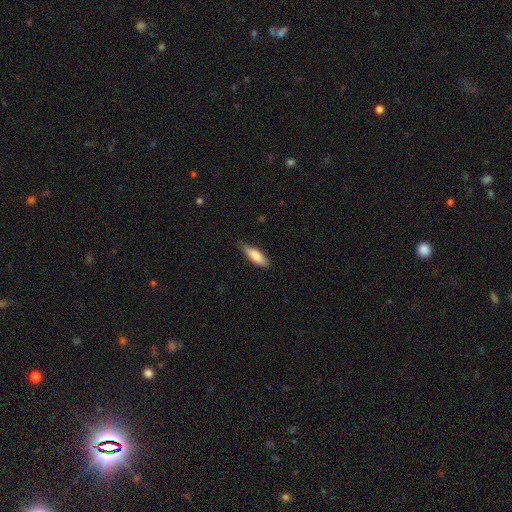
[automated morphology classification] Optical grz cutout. It shows a smooth galaxy with no disk features (82%) that is in between round and cigar-shaped (59%). Merging: none (73%).